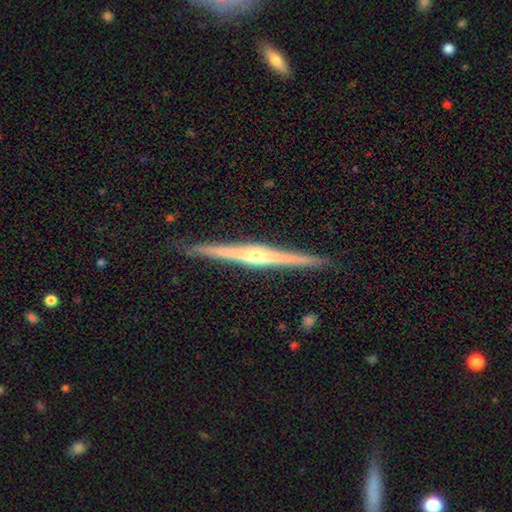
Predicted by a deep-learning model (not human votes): smooth-or-featured: featured or disk: 84% | smooth: 11% | star or artifact: 5%
  disk-edge-on: yes: 99% | no: 1%
    edge-on-bulge: rounded: 83% | none: 11% | boxy: 6%
  merging: none: 91% | minor disturbance: 6% | major disturbance: 1% | merger: 1%